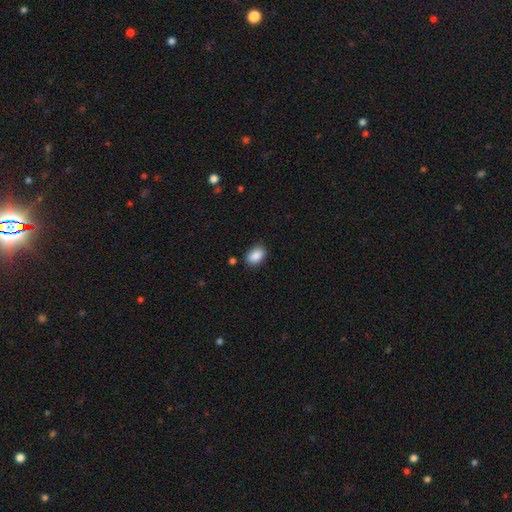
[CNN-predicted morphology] Q: Smooth or featured?
A: smooth (89%); runner-up: star or artifact (8%)
Q: How rounded?
A: in between (84%); runner-up: round (14%)
Q: Merging?
A: none (83%); runner-up: minor disturbance (12%)